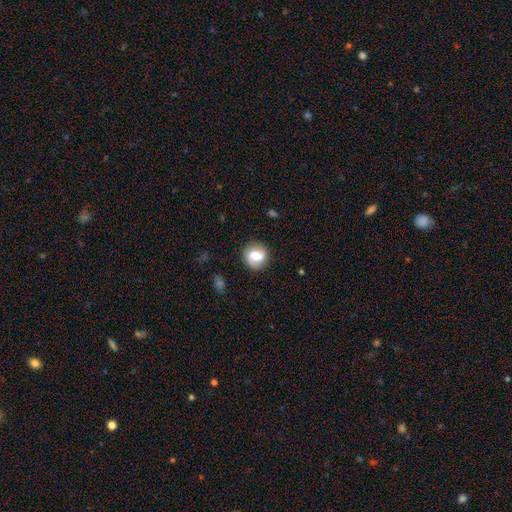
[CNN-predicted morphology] This is possibly a smooth galaxy (47%). Merging: clearly none (83%).